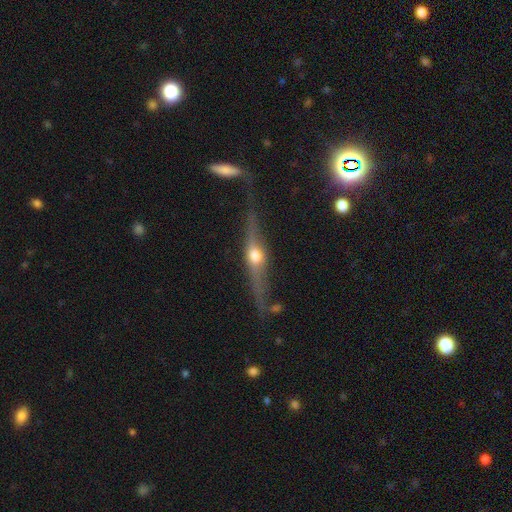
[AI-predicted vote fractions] Smooth or featured? Predicted: featured or disk (p=0.80). Edge-on disk? Predicted: yes (p=0.95). Edge-on bulge? Predicted: rounded (p=0.94). Merging? Predicted: none (p=0.78).